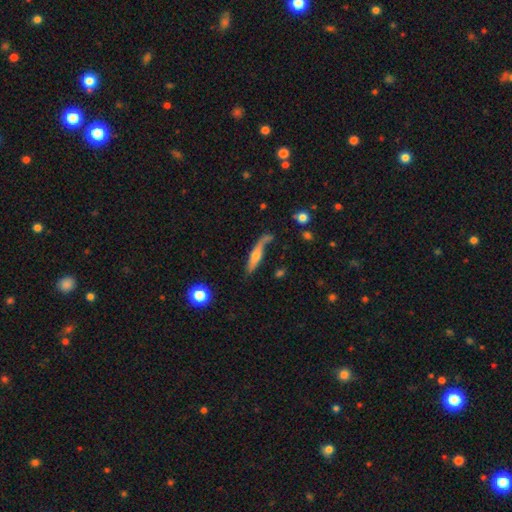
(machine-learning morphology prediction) Smooth or featured?
  - featured or disk: 47% *
  - smooth: 46%
  - star or artifact: 7%
Merging?
  - none: 51% *
  - minor disturbance: 27%
  - major disturbance: 14%
  - merger: 8%